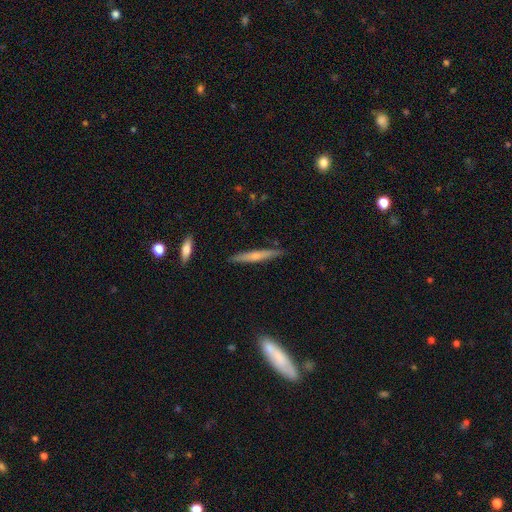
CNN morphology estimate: Overall: smooth (51%; featured or disk 43%). How rounded: cigar-shaped (94%). Merging: none (88%).